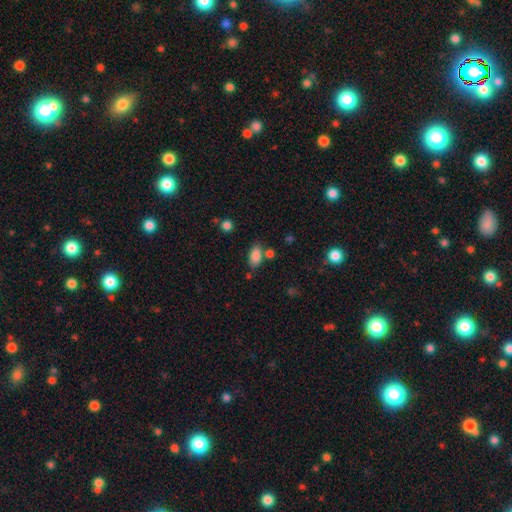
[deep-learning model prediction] Smooth or featured: smooth — 85% (star or artifact — 9%)
How rounded: in between — 91% (round — 6%)
Merging: none — 67% (merger — 15%)